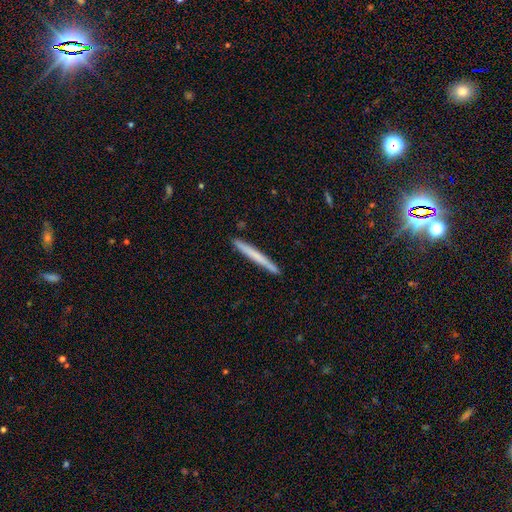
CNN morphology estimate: Overall: smooth (63%; featured or disk 32%). How rounded: cigar-shaped (97%). Merging: none (92%).